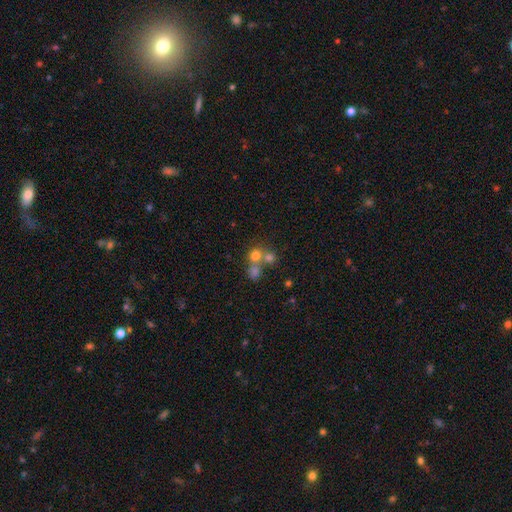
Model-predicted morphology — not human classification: type=smooth (68%); roundness=round (84%); merging=merger (47%).